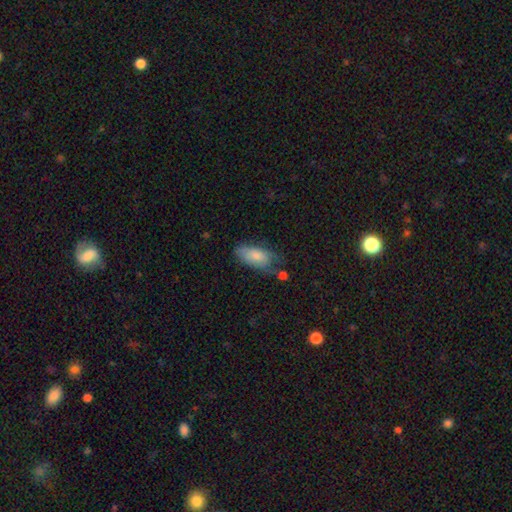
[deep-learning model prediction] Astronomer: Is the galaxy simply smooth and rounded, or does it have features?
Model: smooth — 76%.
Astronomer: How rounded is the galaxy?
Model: in between — 90%.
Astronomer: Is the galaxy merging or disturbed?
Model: none — 45% (runner-up: minor disturbance, 33%).